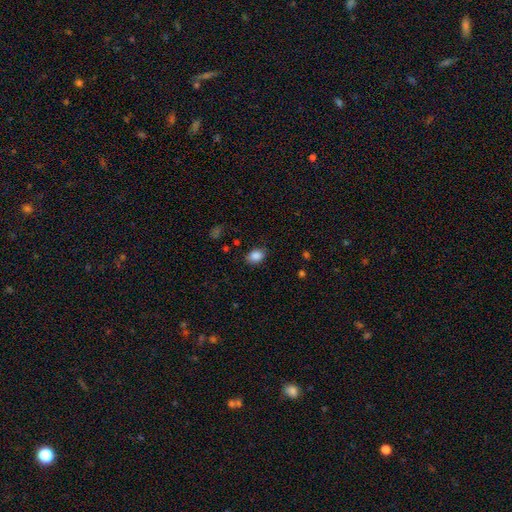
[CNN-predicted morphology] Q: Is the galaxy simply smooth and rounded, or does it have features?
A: smooth — 87%.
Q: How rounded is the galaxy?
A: in between — 76%.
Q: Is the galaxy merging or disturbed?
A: none — 83%.